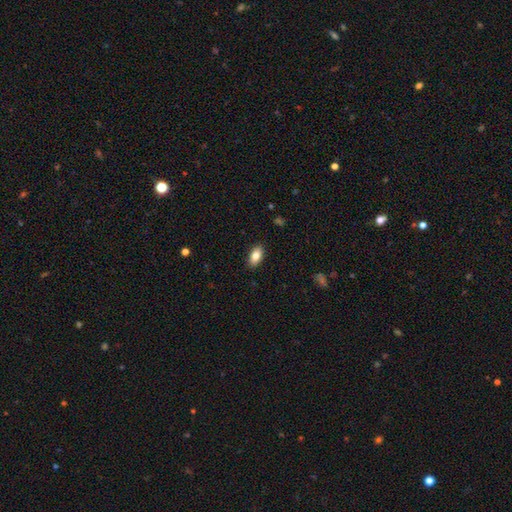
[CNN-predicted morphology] smooth-or-featured: smooth: 82% | featured or disk: 11% | star or artifact: 7%
  how-rounded: in between: 92% | cigar-shaped: 5% | round: 4%
  merging: none: 89% | minor disturbance: 8% | major disturbance: 2% | merger: 1%